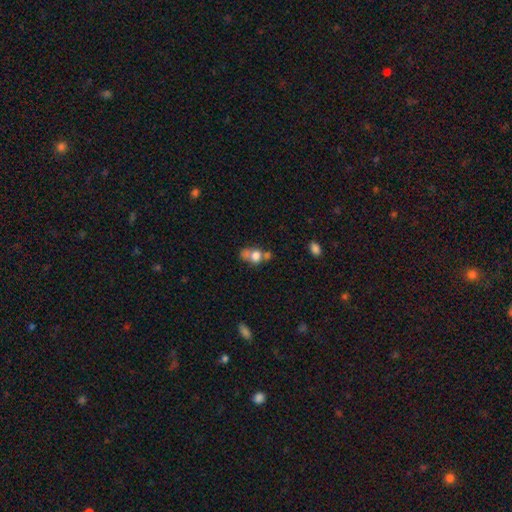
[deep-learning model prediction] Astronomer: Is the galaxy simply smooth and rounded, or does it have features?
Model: smooth — 68%.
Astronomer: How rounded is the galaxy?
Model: round — 51% (runner-up: in between, 47%).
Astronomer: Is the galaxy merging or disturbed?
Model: merger — 46% (runner-up: none, 28%).